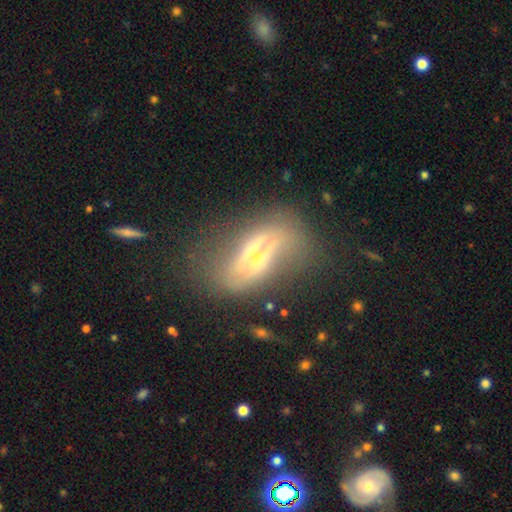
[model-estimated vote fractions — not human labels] This is likely a featured or disk galaxy (68%). It is likely not viewed edge-on (78%). Bar: possibly no (46%). Spiral arm pattern: likely yes (61%). Central bulge: possibly small (52%). Merging: marginally none (44%).